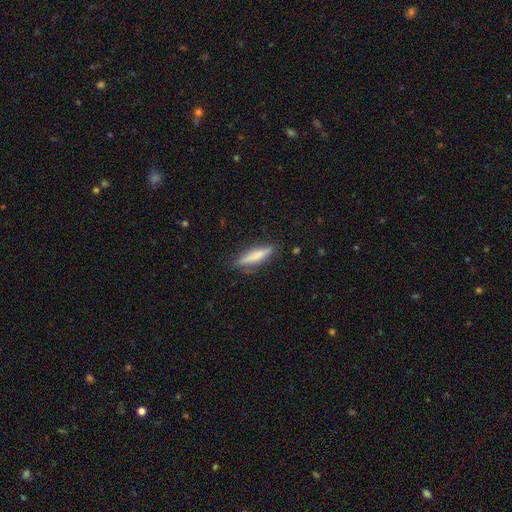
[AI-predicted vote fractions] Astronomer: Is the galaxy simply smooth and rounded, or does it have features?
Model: smooth — 70%.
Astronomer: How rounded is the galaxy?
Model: cigar-shaped — 83%.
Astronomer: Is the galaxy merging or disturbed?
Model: none — 84%.